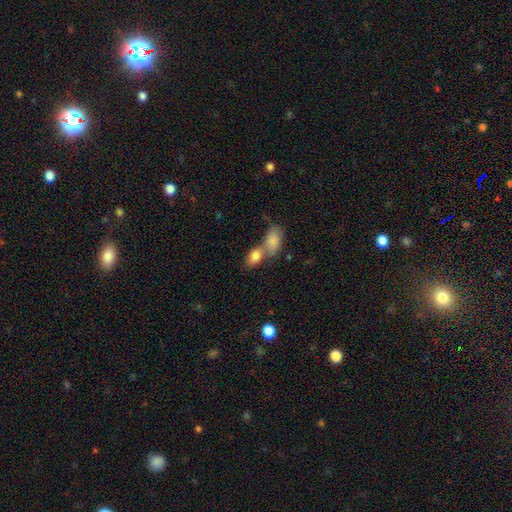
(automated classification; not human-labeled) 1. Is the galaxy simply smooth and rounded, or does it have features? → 83% smooth, 9% featured or disk, 7% star or artifact.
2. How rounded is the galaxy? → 88% in between, 9% round, 3% cigar-shaped.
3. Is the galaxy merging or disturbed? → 59% merger, 30% none, 8% minor disturbance, 4% major disturbance.